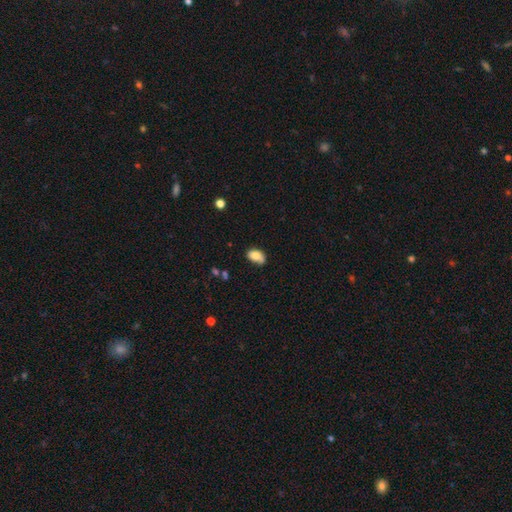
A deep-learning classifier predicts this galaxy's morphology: Smooth or featured: smooth — 80% (featured or disk — 12%)
How rounded: in between — 87% (round — 11%)
Merging: none — 55% (minor disturbance — 32%)